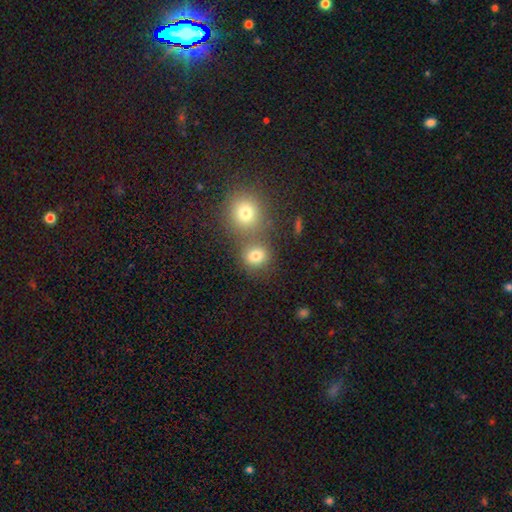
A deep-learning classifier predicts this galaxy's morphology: Smooth or featured: smooth — 77% (star or artifact — 15%)
How rounded: round — 82% (in between — 17%)
Merging: none — 59% (merger — 29%)